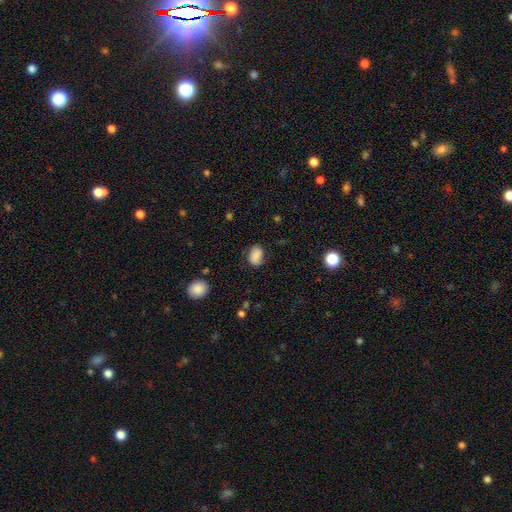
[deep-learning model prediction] Smooth or featured? Predicted: smooth (p=0.78). How rounded? Predicted: in between (p=0.80). Merging? Predicted: none (p=0.69).